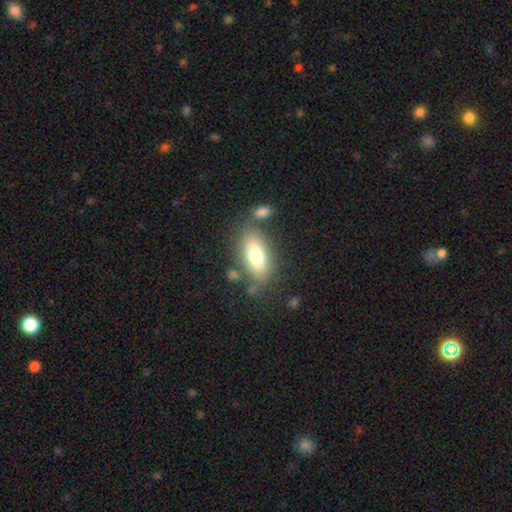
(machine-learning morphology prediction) This is likely a smooth galaxy (72%). How rounded: clearly in between (81%). Merging: likely none (72%).